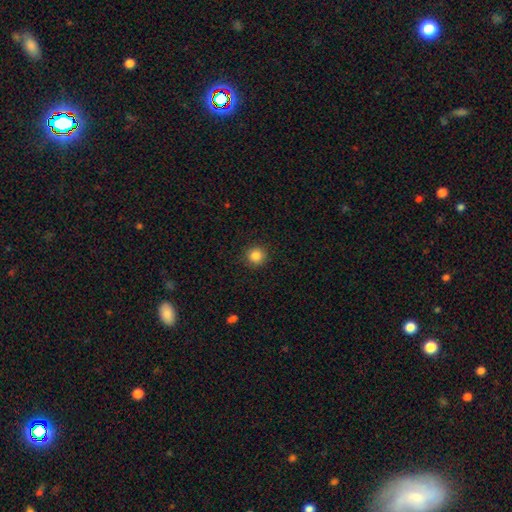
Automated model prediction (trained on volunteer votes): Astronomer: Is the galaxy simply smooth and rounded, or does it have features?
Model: smooth — 85%.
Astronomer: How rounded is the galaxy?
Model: round — 94%.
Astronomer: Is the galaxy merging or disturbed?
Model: none — 91%.